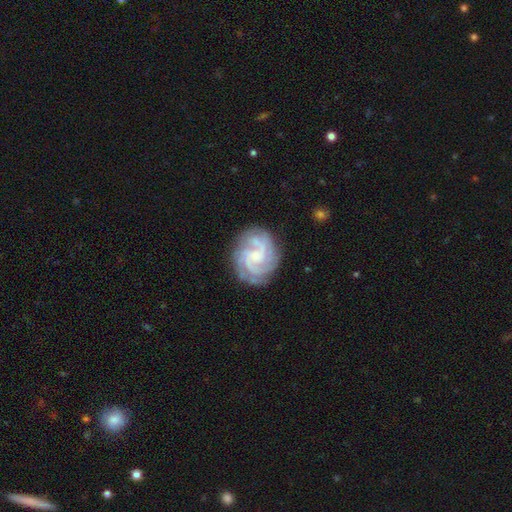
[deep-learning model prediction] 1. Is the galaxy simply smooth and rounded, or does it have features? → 88% featured or disk, 7% smooth, 5% star or artifact.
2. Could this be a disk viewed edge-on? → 98% no, 2% yes.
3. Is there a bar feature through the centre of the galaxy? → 59% no, 35% weak, 6% strong.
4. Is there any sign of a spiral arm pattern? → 98% yes, 2% no.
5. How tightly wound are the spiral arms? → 60% tight, 34% medium, 6% loose.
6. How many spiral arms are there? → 34% 3, 21% 4, 17% 2, 16% can't tell, 6% more than 4, 6% 1.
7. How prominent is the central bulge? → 65% small, 22% moderate, 10% none, 2% large, 1% dominant.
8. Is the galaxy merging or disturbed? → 78% none, 15% minor disturbance, 5% major disturbance, 2% merger.